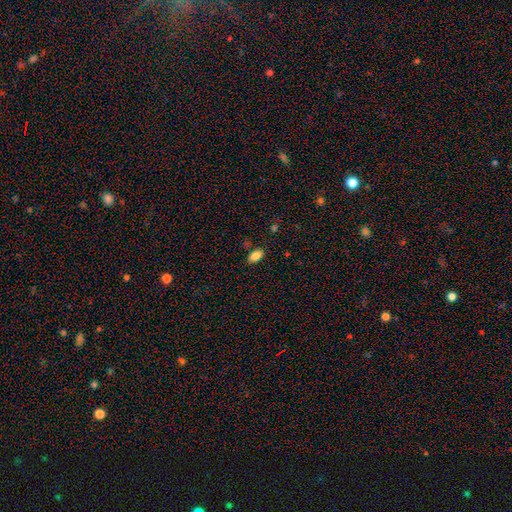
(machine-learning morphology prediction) A smooth galaxy with no disk features (85%) that is in between round and cigar-shaped (92%). Merging: none (82%).